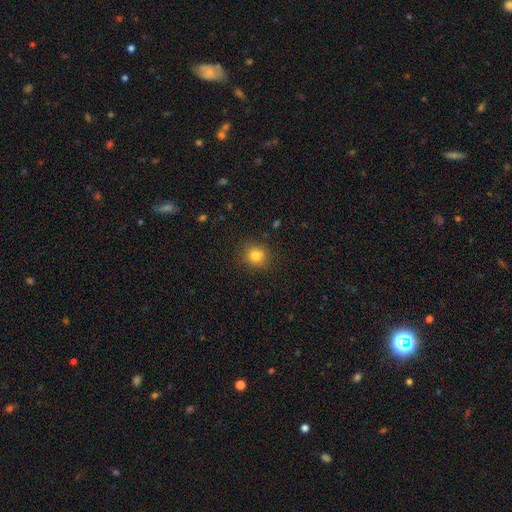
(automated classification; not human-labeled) smooth 81%, star or artifact 13%, featured or disk 6%. Down the decision tree: how rounded — round (83%); merging — none (85%).